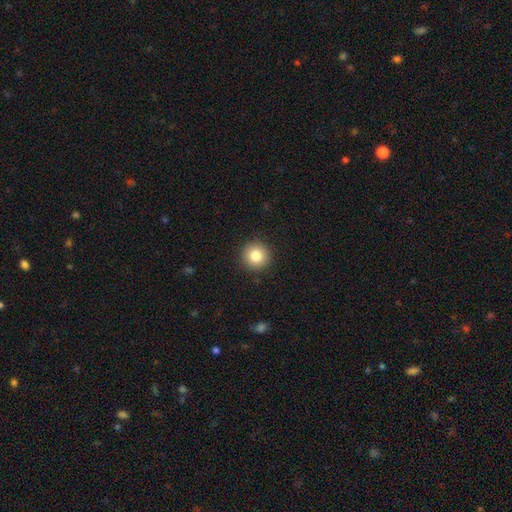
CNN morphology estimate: This is clearly a smooth galaxy (83%). How rounded: clearly round (95%). Merging: clearly none (92%).